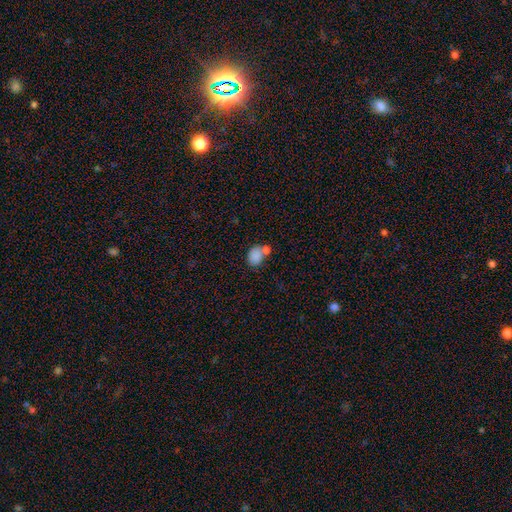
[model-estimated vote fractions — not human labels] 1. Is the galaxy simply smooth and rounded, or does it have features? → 85% smooth, 9% star or artifact, 7% featured or disk.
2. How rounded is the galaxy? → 60% in between, 39% round, 1% cigar-shaped.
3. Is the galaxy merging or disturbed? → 45% none, 37% merger, 13% minor disturbance, 5% major disturbance.